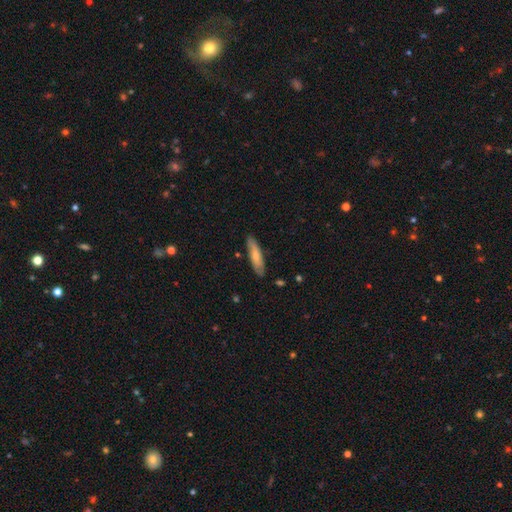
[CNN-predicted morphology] smooth 70%, featured or disk 24%, star or artifact 5%. Down the decision tree: how rounded — cigar-shaped (71%); merging — none (83%).